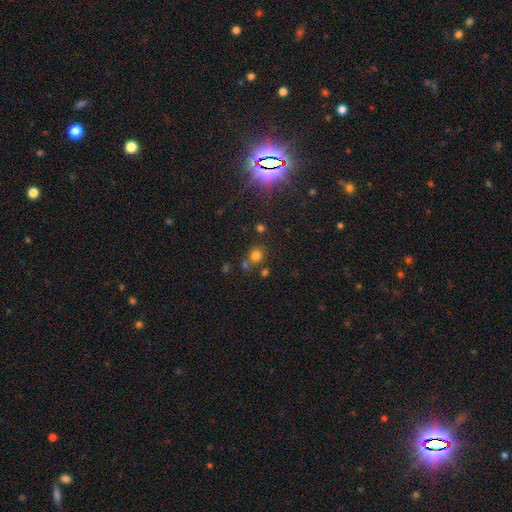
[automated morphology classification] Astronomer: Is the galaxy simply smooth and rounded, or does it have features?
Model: smooth — 73%.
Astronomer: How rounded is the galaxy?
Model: round — 85%.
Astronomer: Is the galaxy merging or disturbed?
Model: none — 71%.